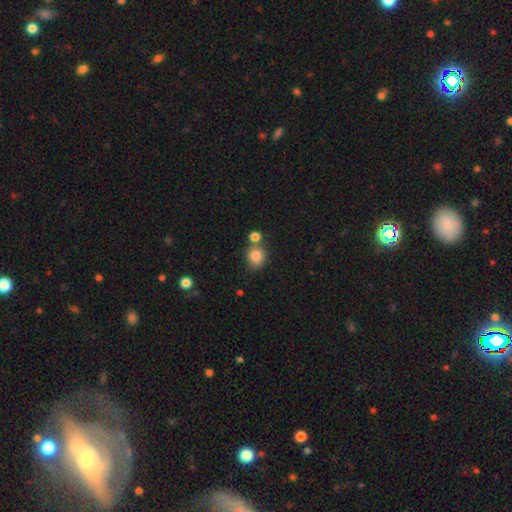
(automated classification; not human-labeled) smooth-or-featured: smooth: 84% | star or artifact: 10% | featured or disk: 6%
  how-rounded: round: 80% | in between: 19% | cigar-shaped: 1%
  merging: none: 62% | merger: 24% | minor disturbance: 11% | major disturbance: 3%